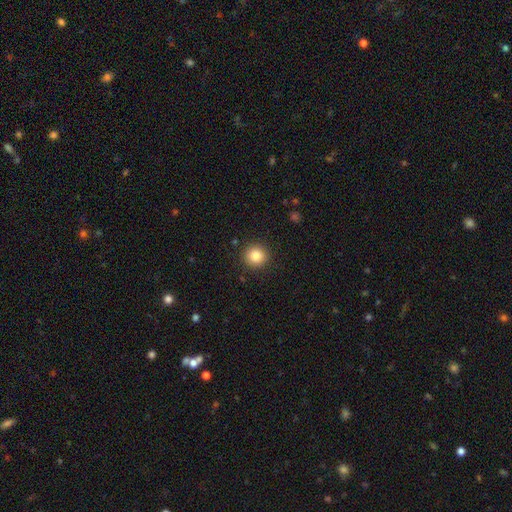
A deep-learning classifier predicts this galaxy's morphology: Smooth or featured? smooth (85%)
How rounded? round (94%)
Merging? none (91%)